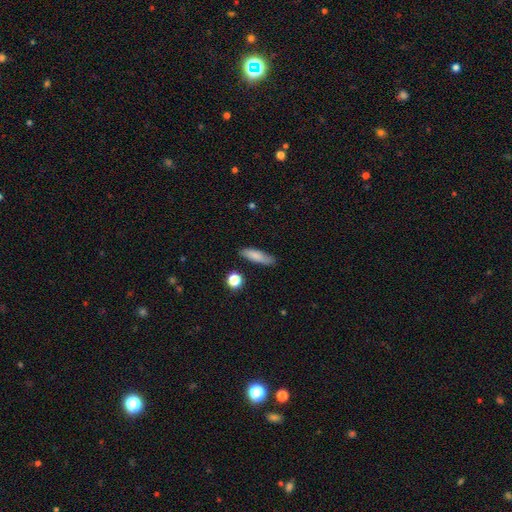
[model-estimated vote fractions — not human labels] smooth_or_featured: smooth (p=0.80) [alt: featured or disk p=0.12]
how_rounded: cigar-shaped (p=0.56) [alt: in between p=0.41]
merging: none (p=0.80) [alt: minor disturbance p=0.15]